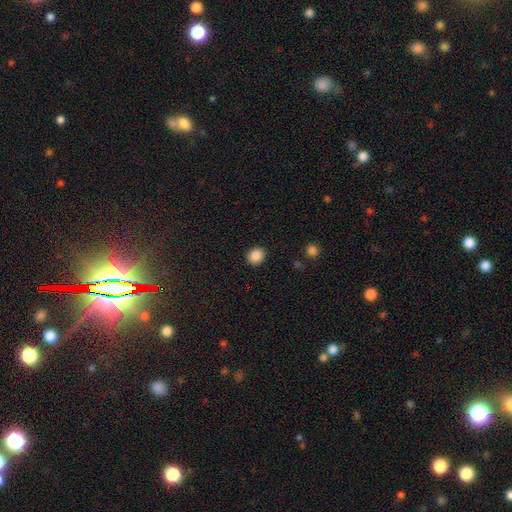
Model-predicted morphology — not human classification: Smooth or featured? Predicted: smooth (p=0.88). How rounded? Predicted: round (p=0.83). Merging? Predicted: none (p=0.91).